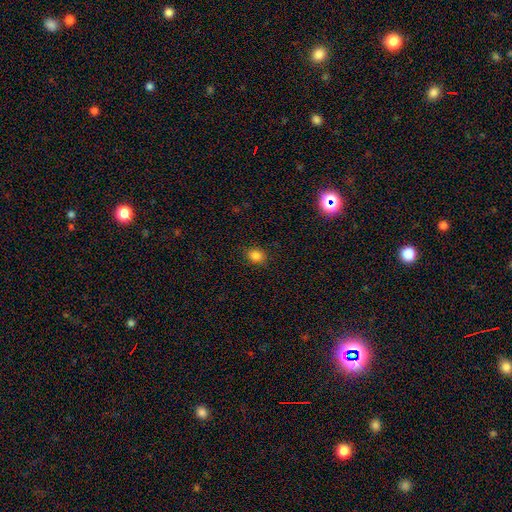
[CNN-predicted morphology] This is clearly a smooth galaxy (84%). How rounded: possibly round (57%). Merging: clearly none (87%).